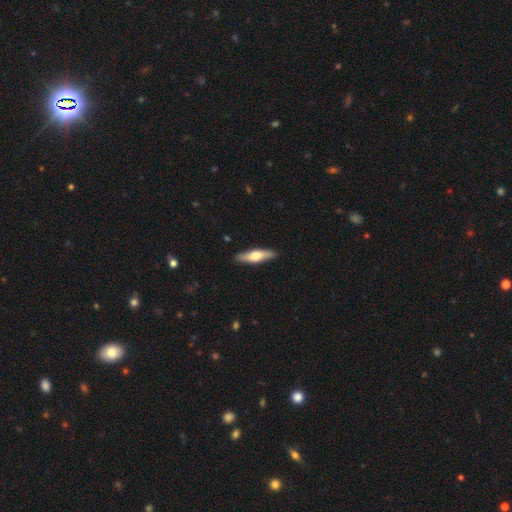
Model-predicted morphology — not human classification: Q: Smooth or featured?
A: smooth (51%); runner-up: featured or disk (44%)
Q: How rounded?
A: cigar-shaped (69%); runner-up: in between (29%)
Q: Merging?
A: none (88%); runner-up: minor disturbance (9%)